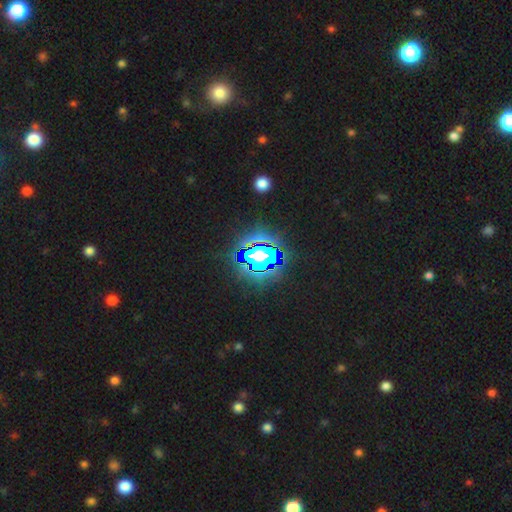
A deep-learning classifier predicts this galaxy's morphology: A star or artifact, not a galaxy (70%).